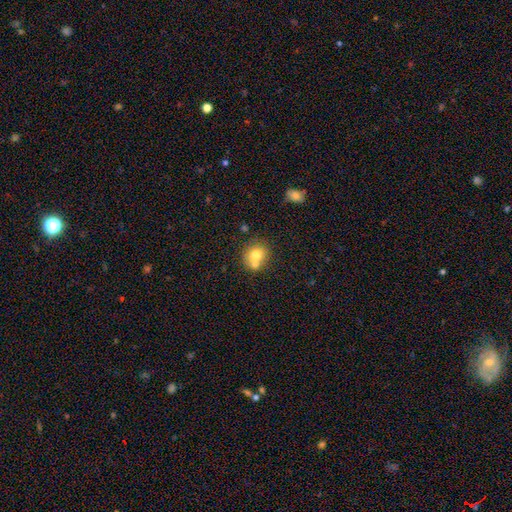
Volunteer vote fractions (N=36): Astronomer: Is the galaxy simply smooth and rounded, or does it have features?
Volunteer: smooth — 81%.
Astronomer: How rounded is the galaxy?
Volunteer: round — 90%.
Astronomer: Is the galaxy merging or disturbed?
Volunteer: none — 54% (runner-up: merger, 31%).